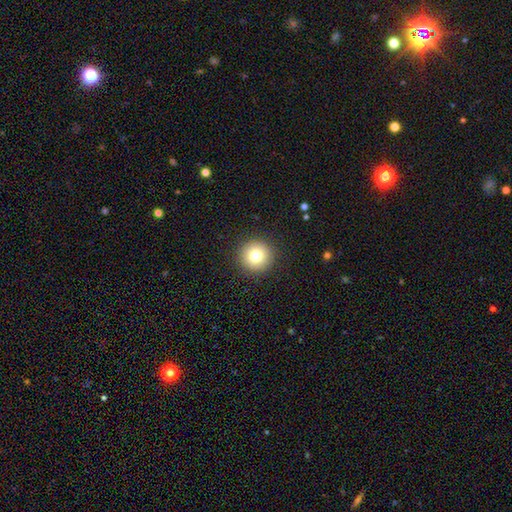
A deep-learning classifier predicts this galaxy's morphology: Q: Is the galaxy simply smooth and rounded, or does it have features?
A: smooth — 79%.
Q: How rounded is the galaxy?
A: round — 96%.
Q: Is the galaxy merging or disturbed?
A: none — 92%.